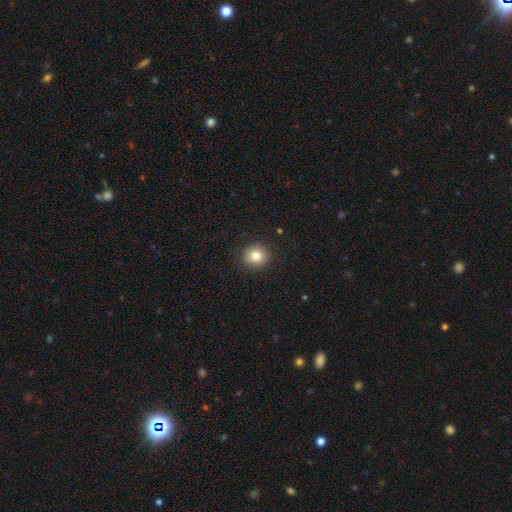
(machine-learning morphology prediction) Smooth or featured: smooth — 83% (star or artifact — 10%)
How rounded: round — 87% (in between — 12%)
Merging: none — 90% (minor disturbance — 7%)